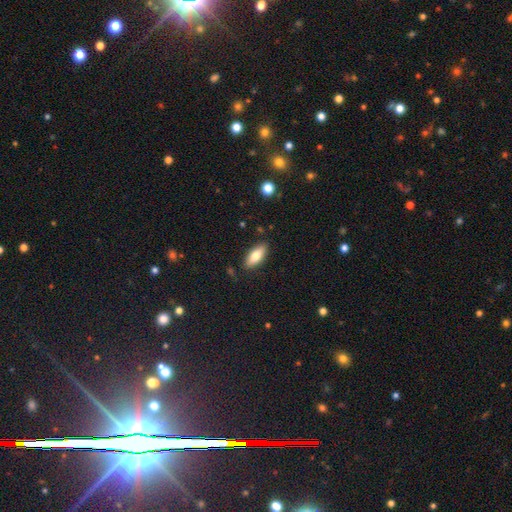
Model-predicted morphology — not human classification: Smooth or featured? Predicted: smooth (p=0.76). How rounded? Predicted: in between (p=0.79). Merging? Predicted: none (p=0.86).